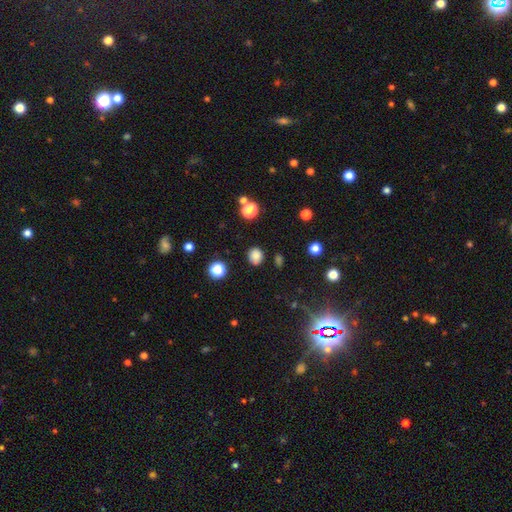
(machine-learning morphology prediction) Smooth or featured: smooth — 81% (star or artifact — 14%)
How rounded: round — 76% (in between — 23%)
Merging: none — 83% (minor disturbance — 11%)